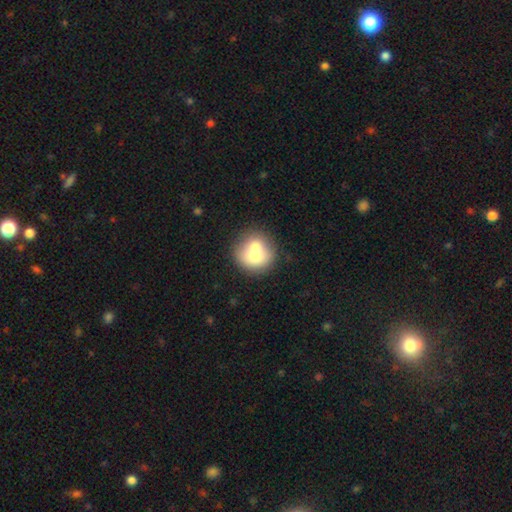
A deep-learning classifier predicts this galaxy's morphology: This is likely a smooth galaxy (70%). How rounded: clearly round (84%). Merging: possibly merger (46%).